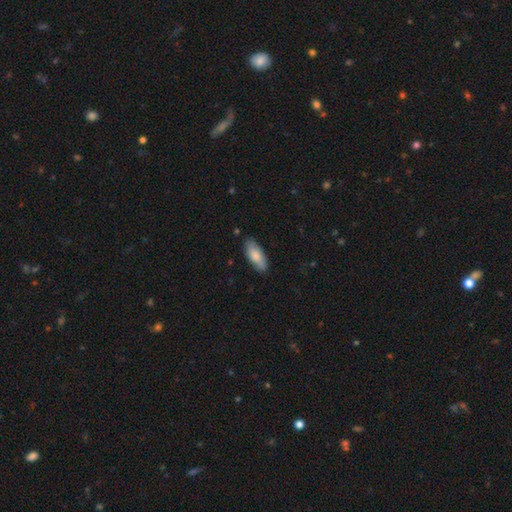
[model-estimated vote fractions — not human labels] smooth-or-featured: smooth: 78% | featured or disk: 16% | star or artifact: 6%
  how-rounded: in between: 78% | cigar-shaped: 20% | round: 2%
  merging: none: 81% | minor disturbance: 15% | major disturbance: 2% | merger: 1%